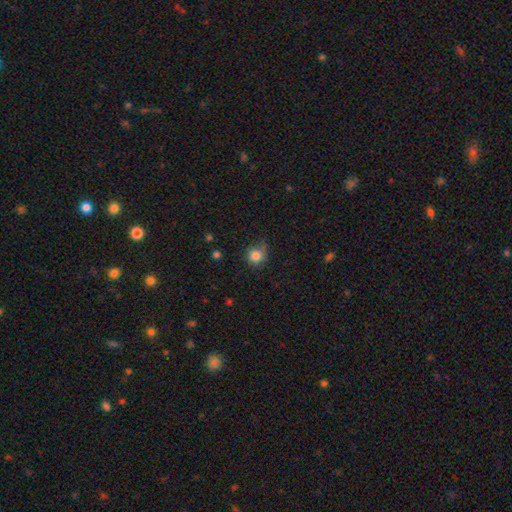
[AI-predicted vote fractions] Smooth or featured: smooth — 83% (star or artifact — 10%)
How rounded: round — 88% (in between — 11%)
Merging: none — 58% (minor disturbance — 30%)